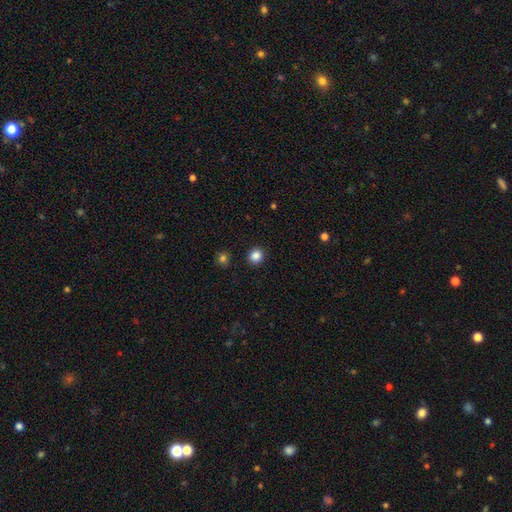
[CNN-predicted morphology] smooth 86%, star or artifact 11%, featured or disk 3%. Down the decision tree: how rounded — round (85%); merging — none (92%).